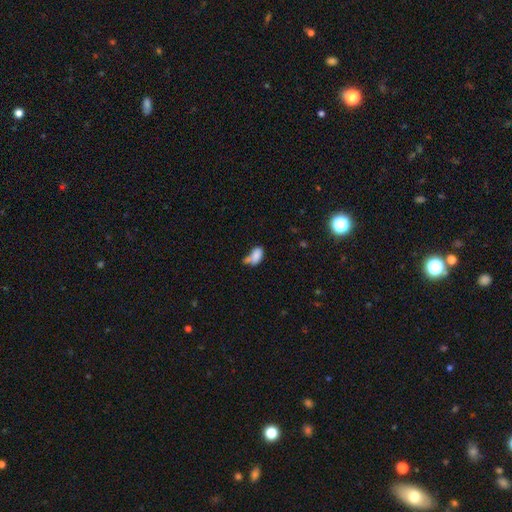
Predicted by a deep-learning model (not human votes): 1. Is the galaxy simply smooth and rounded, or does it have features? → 80% smooth, 10% featured or disk, 10% star or artifact.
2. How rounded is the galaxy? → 90% in between, 7% round, 3% cigar-shaped.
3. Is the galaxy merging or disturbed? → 31% none (tied), 31% merger (tied), 24% minor disturbance, 14% major disturbance.